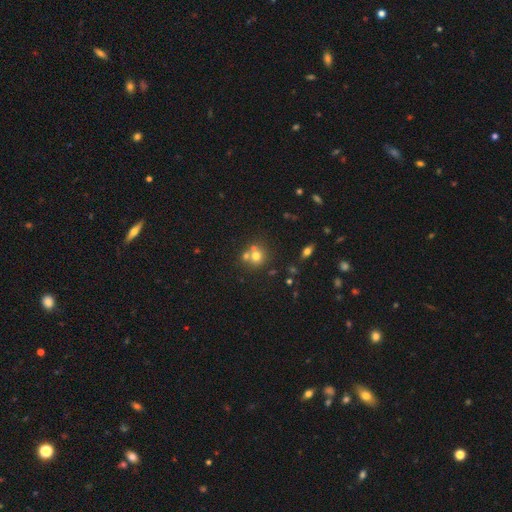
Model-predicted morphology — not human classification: smooth_or_featured: smooth (p=0.68) [alt: featured or disk p=0.17]
how_rounded: round (p=0.86) [alt: in between p=0.13]
merging: none (p=0.50) [alt: merger p=0.38]